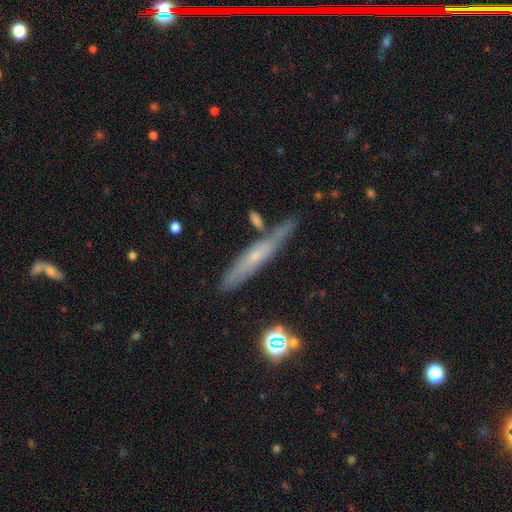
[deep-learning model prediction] Overall: featured or disk (51%; smooth 40%). Edge-on disk: yes (85%). Merging: none (74%).